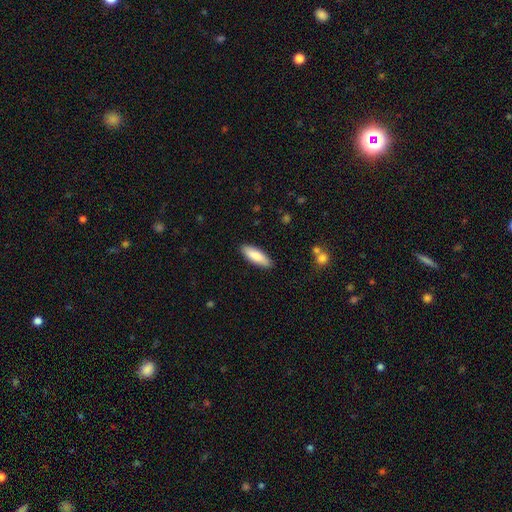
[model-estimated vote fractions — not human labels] Smooth or featured: smooth — 84% (featured or disk — 11%)
How rounded: in between — 57% (cigar-shaped — 41%)
Merging: none — 88% (minor disturbance — 9%)